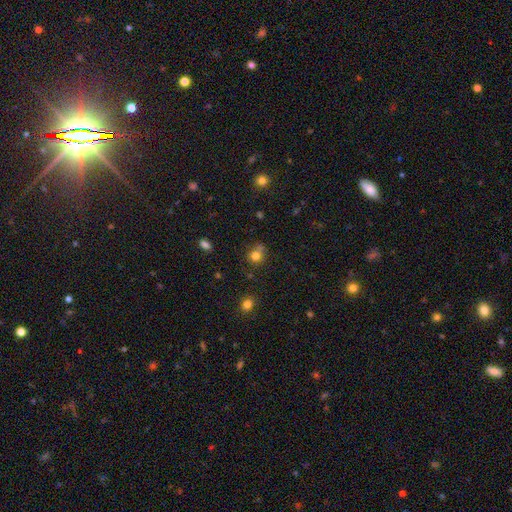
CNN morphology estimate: Smooth or featured: smooth — 77% (star or artifact — 14%)
How rounded: round — 82% (in between — 17%)
Merging: none — 56% (merger — 24%)